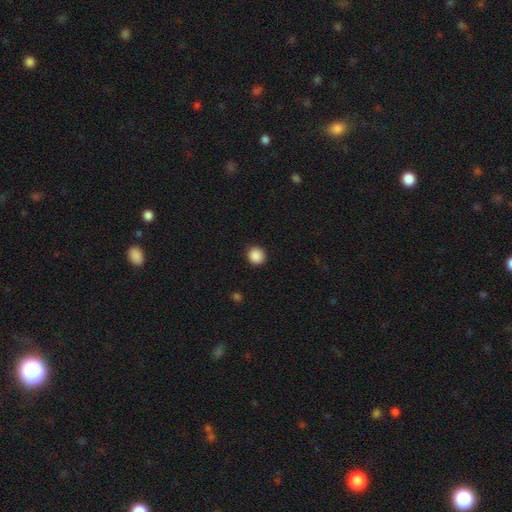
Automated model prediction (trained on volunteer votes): Smooth or featured: smooth — 89% (star or artifact — 9%)
How rounded: round — 89% (in between — 10%)
Merging: none — 92% (minor disturbance — 5%)